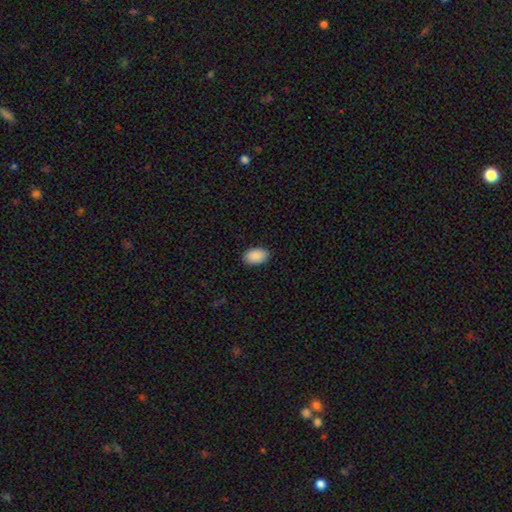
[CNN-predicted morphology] smooth_or_featured: smooth (p=0.91) [alt: star or artifact p=0.06]
how_rounded: in between (p=0.93) [alt: round p=0.06]
merging: none (p=0.89) [alt: minor disturbance p=0.08]